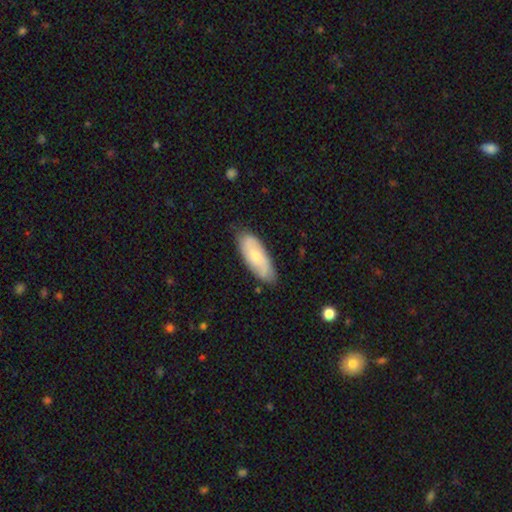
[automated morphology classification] Smooth or featured: smooth — 56% (featured or disk — 38%)
How rounded: in between — 74% (cigar-shaped — 24%)
Merging: none — 79% (minor disturbance — 17%)